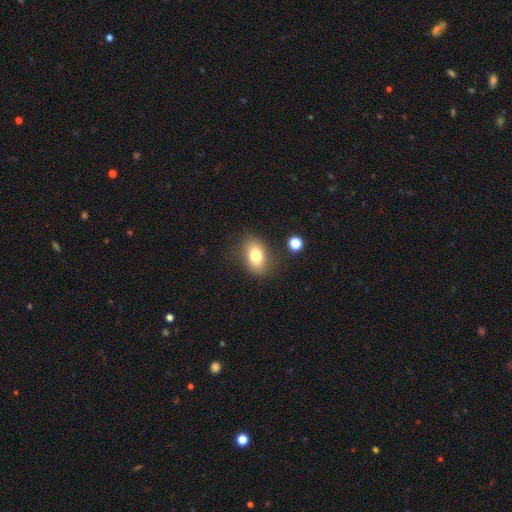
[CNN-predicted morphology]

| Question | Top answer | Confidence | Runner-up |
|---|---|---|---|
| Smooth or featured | smooth | 79% | featured or disk (12%) |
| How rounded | in between | 85% | round (13%) |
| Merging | none | 79% | minor disturbance (13%) |